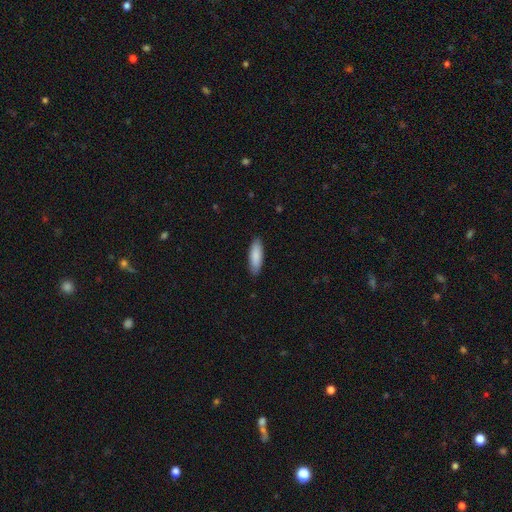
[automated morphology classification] This appears to be a smooth galaxy with no disk features (88%) that is in between round and cigar-shaped (56%). Merging: none (89%).